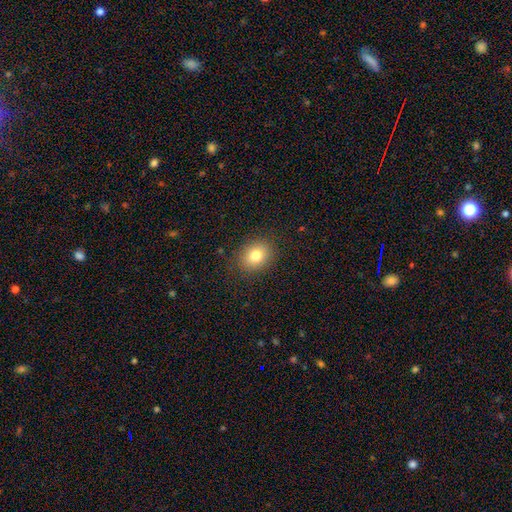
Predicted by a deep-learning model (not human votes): Smooth or featured: smooth — 80% (star or artifact — 11%)
How rounded: round — 55% (in between — 44%)
Merging: none — 88% (minor disturbance — 8%)